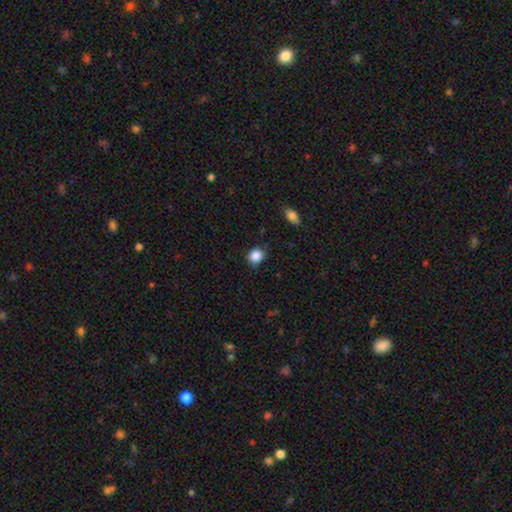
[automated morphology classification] A smooth galaxy with no disk features (87%) that is round (74%).

Vote fractions:
- Smooth or featured? smooth: 87% / star or artifact: 10% / featured or disk: 4%
- How rounded? round: 74% / in between: 24% / cigar-shaped: 1%
- Merging? none: 79% / minor disturbance: 17% / major disturbance: 3% / merger: 2%